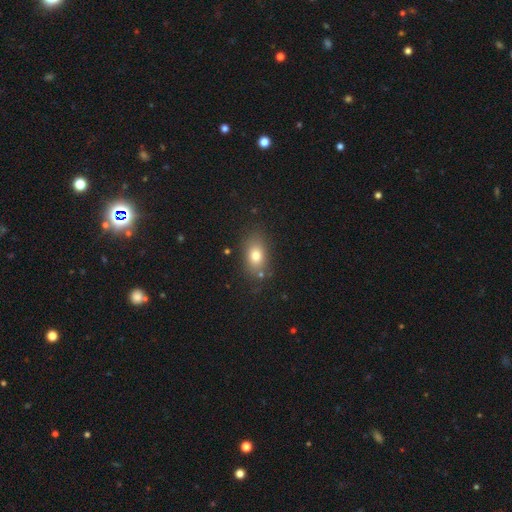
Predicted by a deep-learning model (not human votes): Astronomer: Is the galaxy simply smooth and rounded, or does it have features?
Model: smooth — 78%.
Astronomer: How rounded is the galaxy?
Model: in between — 80%.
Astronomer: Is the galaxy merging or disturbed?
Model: none — 79%.